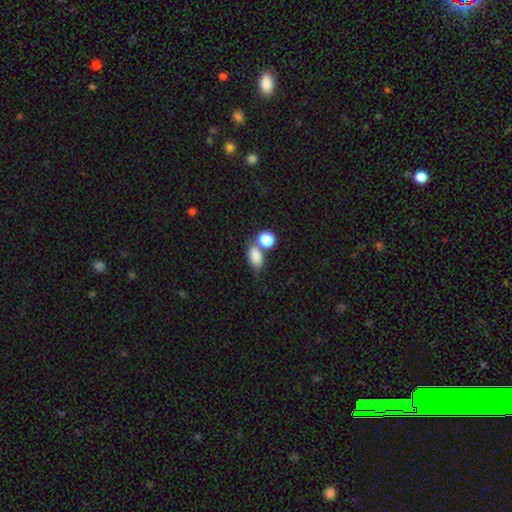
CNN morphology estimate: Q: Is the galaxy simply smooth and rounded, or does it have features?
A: smooth — 84%.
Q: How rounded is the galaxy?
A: in between — 83%.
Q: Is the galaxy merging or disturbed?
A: none — 49%.